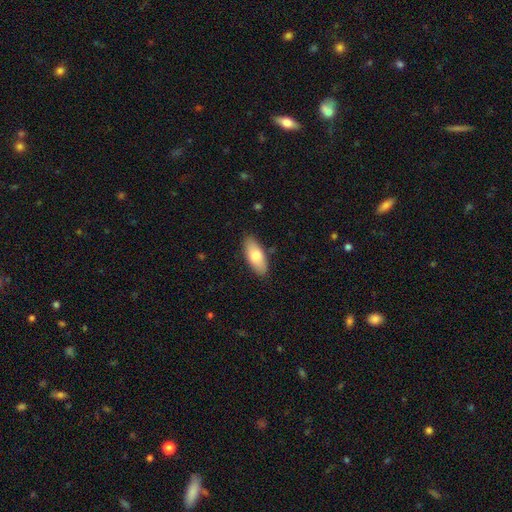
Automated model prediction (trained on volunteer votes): The model was most divided on "smooth or featured": smooth: 78%, featured or disk: 17%, star or artifact: 6%. More confident: merging — none (86%); how rounded — in between (84%).